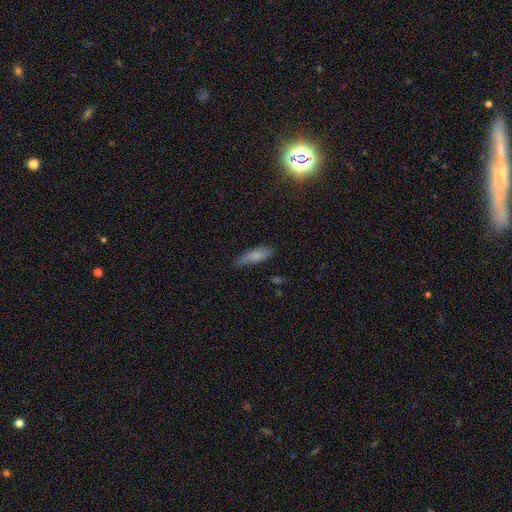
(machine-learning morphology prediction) A smooth galaxy with no disk features (78%) that is in between round and cigar-shaped (53%).

Vote fractions:
- Smooth or featured? smooth: 78% / featured or disk: 15% / star or artifact: 8%
- How rounded? in between: 53% / cigar-shaped: 45% / round: 2%
- Merging? none: 74% / minor disturbance: 21% / major disturbance: 4% / merger: 2%